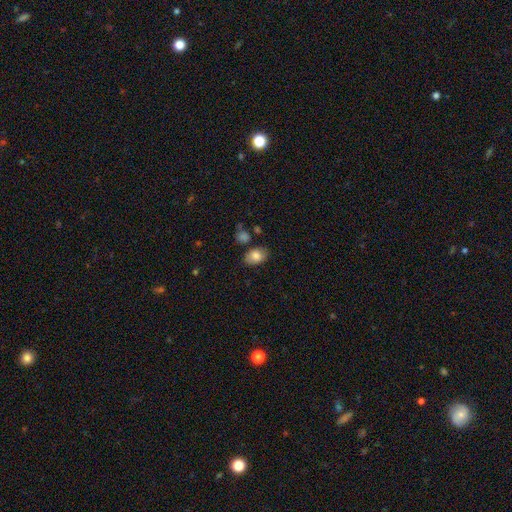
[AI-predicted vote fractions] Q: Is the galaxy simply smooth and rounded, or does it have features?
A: smooth — 82%.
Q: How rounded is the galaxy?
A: in between — 84%.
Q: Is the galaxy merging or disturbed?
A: none — 78%.